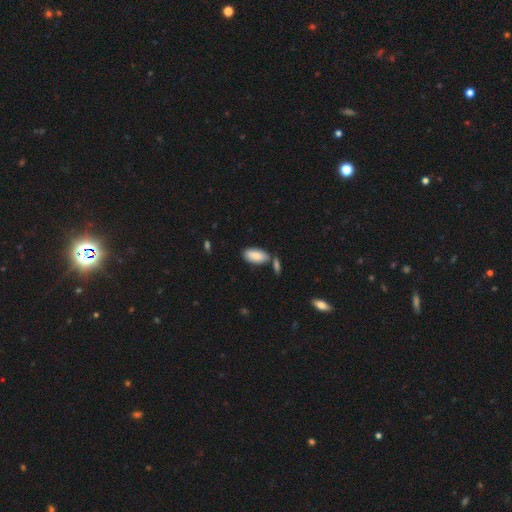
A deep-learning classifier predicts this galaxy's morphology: Overall: smooth (86%). How rounded: in between (93%). Merging: none (66%).